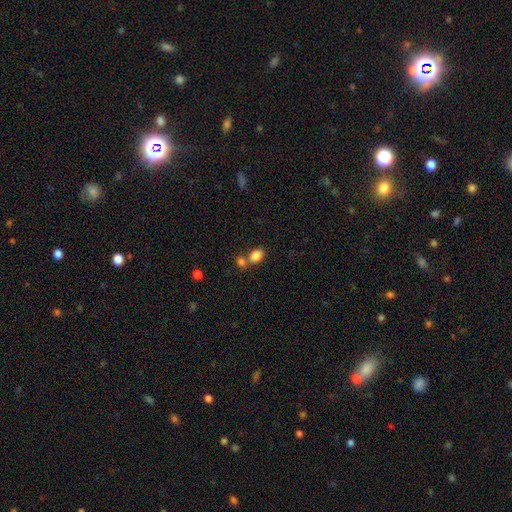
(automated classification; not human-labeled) This is clearly a smooth galaxy (84%). How rounded: likely in between (78%). Merging: possibly none (52%).